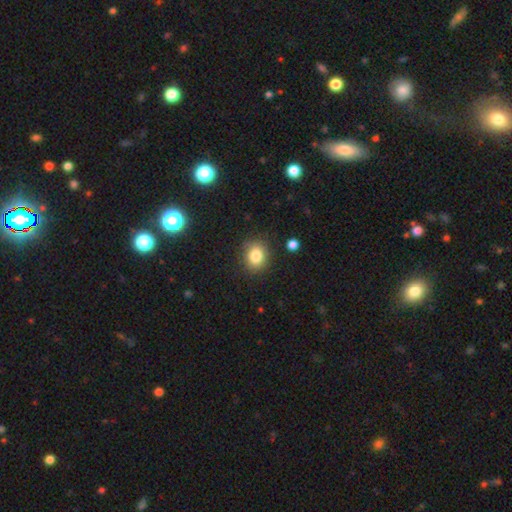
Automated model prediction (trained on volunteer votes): A smooth galaxy with no disk features (83%) that is round (60%).

Vote fractions:
- Smooth or featured? smooth: 83% / star or artifact: 10% / featured or disk: 7%
- How rounded? round: 60% / in between: 39% / cigar-shaped: 1%
- Merging? none: 85% / minor disturbance: 10% / major disturbance: 3% / merger: 2%